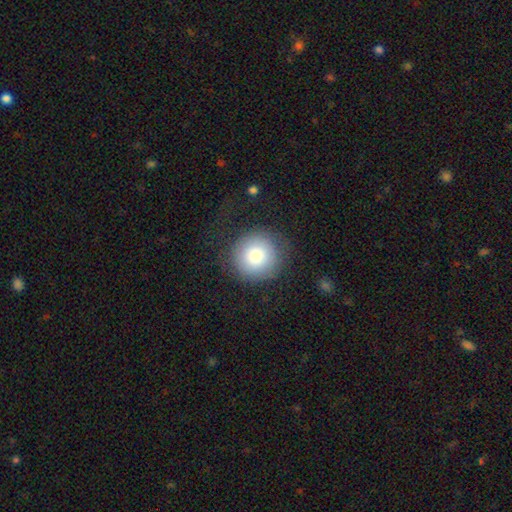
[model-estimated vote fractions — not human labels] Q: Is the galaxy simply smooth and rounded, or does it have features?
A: smooth — 81%.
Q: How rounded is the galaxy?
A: round — 94%.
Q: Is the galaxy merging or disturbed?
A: none — 77%.